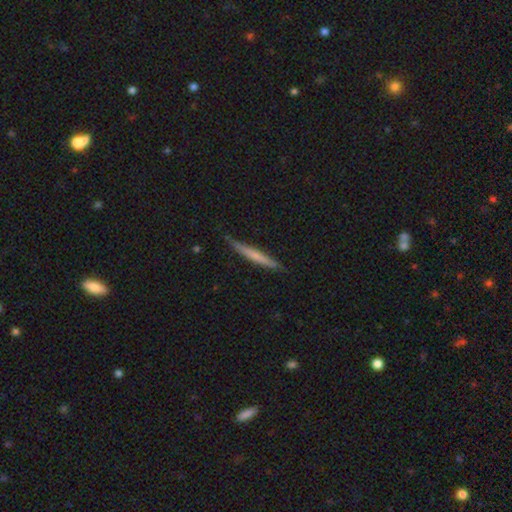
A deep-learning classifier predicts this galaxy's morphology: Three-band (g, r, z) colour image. It shows a smooth galaxy with no disk features (54%) that is cigar-shaped (96%). Merging: none (85%).